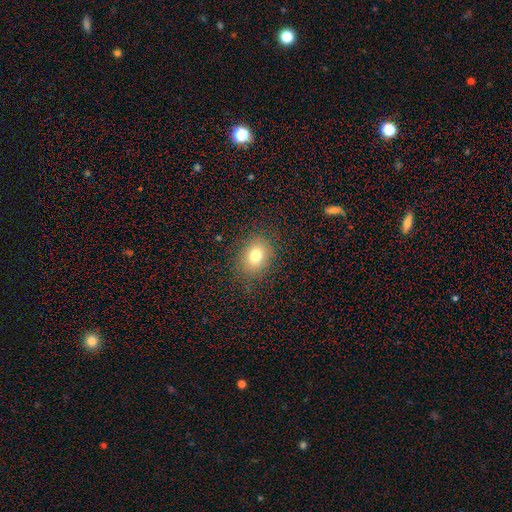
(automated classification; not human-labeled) Smooth or featured? smooth (77%)
How rounded? in between (50%)
Merging? none (84%)